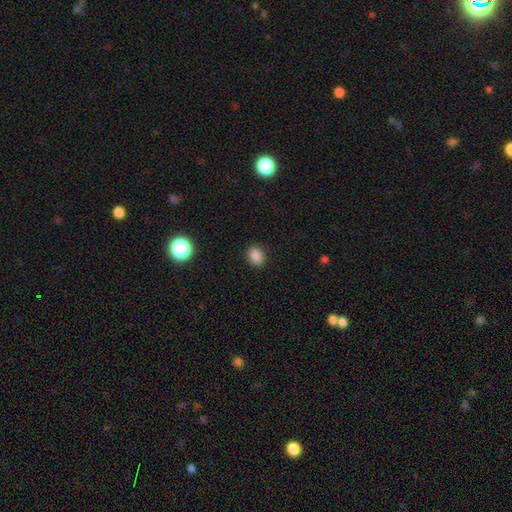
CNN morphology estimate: smooth-or-featured: smooth: 86% | star or artifact: 11% | featured or disk: 3%
  how-rounded: in between: 59% | round: 40% | cigar-shaped: 1%
  merging: none: 89% | minor disturbance: 8% | major disturbance: 2% | merger: 1%